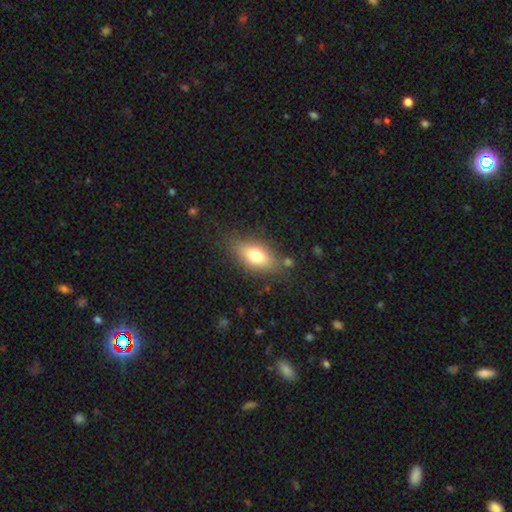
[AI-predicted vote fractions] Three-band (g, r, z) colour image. It shows a smooth galaxy with no disk features (73%) that is in between round and cigar-shaped (84%). Merging: none (76%).